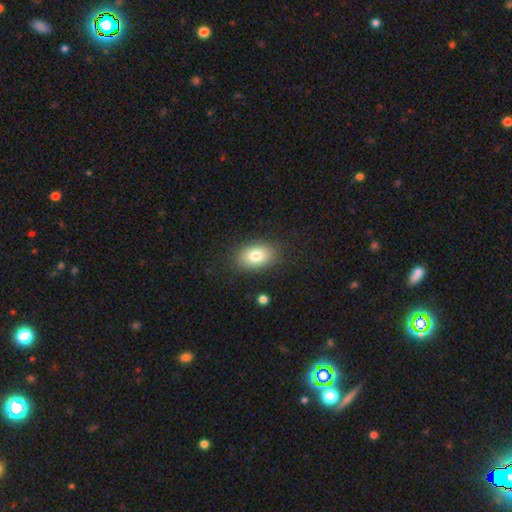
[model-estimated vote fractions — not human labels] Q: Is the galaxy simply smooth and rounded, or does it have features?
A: smooth — 80%.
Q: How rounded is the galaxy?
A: in between — 84%.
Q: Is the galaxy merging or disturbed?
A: none — 86%.